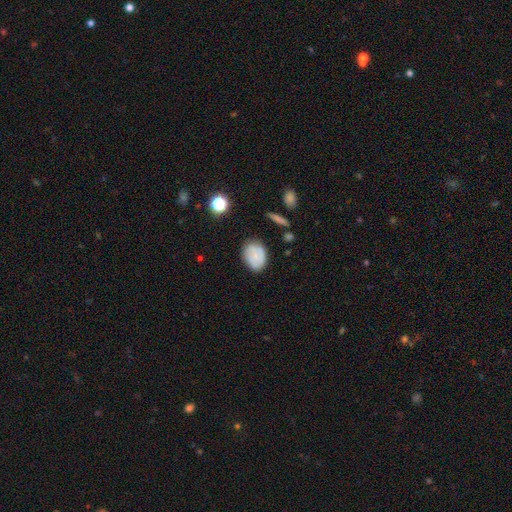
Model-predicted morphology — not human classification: smooth-or-featured: smooth: 66% | featured or disk: 24% | star or artifact: 9%
  how-rounded: in between: 72% | round: 26% | cigar-shaped: 1%
  merging: none: 74% | minor disturbance: 18% | major disturbance: 5% | merger: 3%